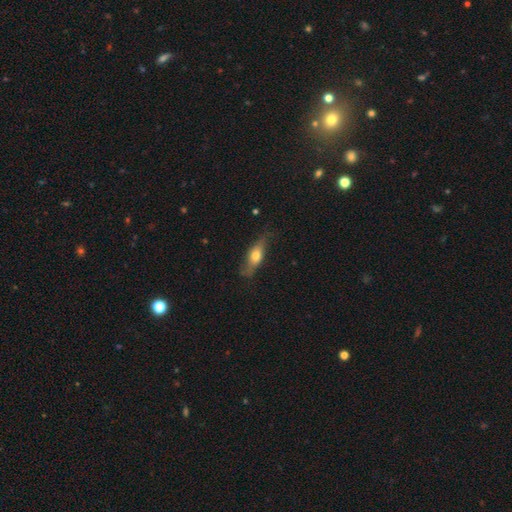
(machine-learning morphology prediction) Smooth or featured: smooth — 56% (featured or disk — 37%)
How rounded: in between — 57% (cigar-shaped — 39%)
Merging: none — 68% (minor disturbance — 24%)